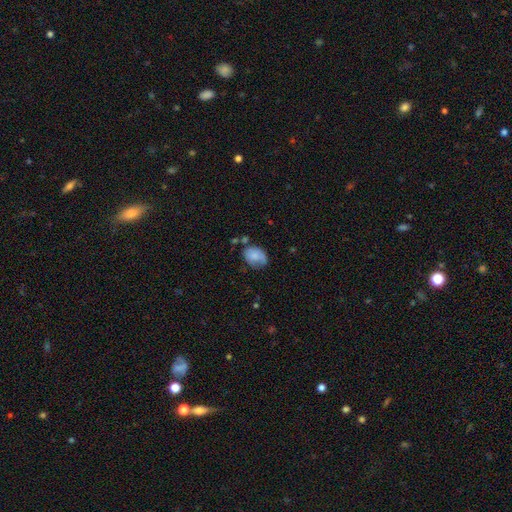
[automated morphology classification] Smooth or featured?
  - smooth: 77% *
  - featured or disk: 15%
  - star or artifact: 8%
How rounded?
  - in between: 70% *
  - round: 29%
  - cigar-shaped: 1%
Merging?
  - none: 49% *
  - minor disturbance: 32%
  - major disturbance: 11%
  - merger: 8%